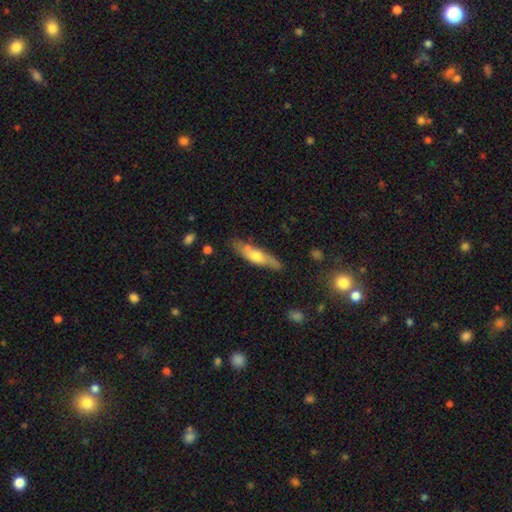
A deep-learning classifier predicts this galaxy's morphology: This appears to be a smooth galaxy with no disk features (47%, tied with featured or disk). Merging: none (73%).